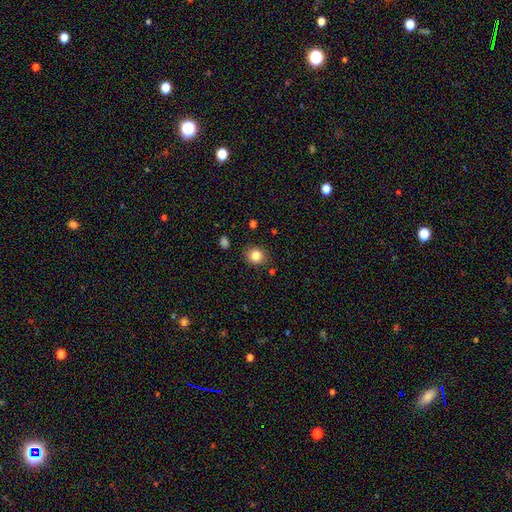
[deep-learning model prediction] Smooth or featured? Predicted: smooth (p=0.83). How rounded? Predicted: round (p=0.81). Merging? Predicted: none (p=0.87).